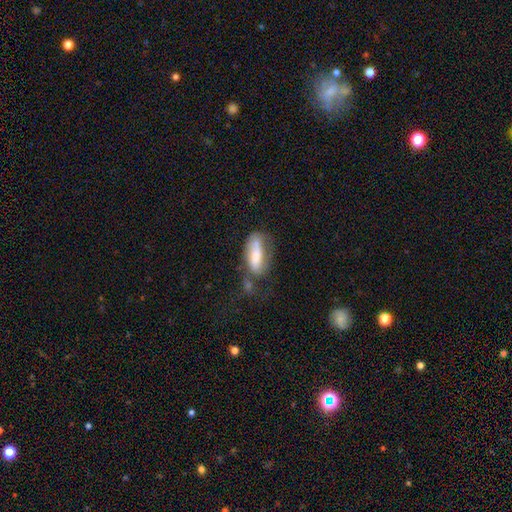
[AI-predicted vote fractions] A smooth galaxy with no disk features (62%) that is in between round and cigar-shaped (69%).

Vote fractions:
- Smooth or featured? smooth: 62% / featured or disk: 31% / star or artifact: 7%
- How rounded? in between: 69% / cigar-shaped: 28% / round: 3%
- Merging? none: 35% / minor disturbance: 27% / major disturbance: 24% / merger: 14%